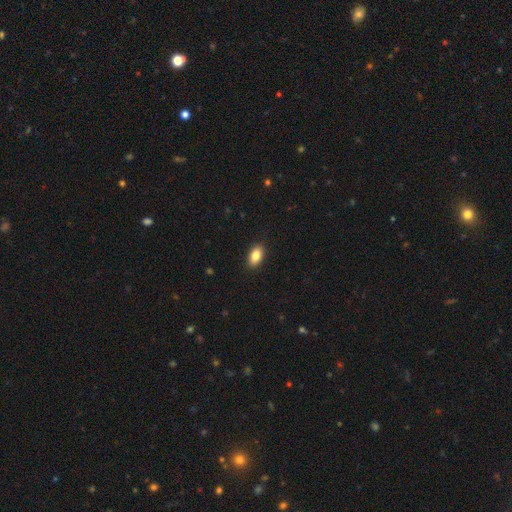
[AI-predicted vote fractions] smooth-or-featured: smooth: 84% | featured or disk: 8% | star or artifact: 8%
  how-rounded: in between: 91% | round: 6% | cigar-shaped: 3%
  merging: none: 90% | minor disturbance: 7% | major disturbance: 2% | merger: 1%